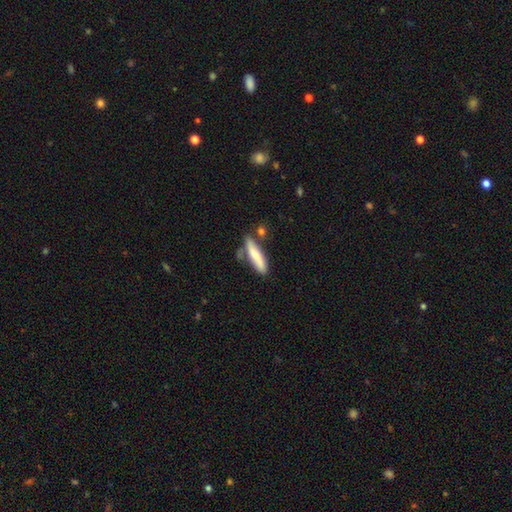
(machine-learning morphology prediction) Smooth or featured?
  - smooth: 66% *
  - featured or disk: 28%
  - star or artifact: 6%
How rounded?
  - cigar-shaped: 78% *
  - in between: 20%
  - round: 2%
Merging?
  - none: 62% *
  - minor disturbance: 21%
  - merger: 11%
  - major disturbance: 6%